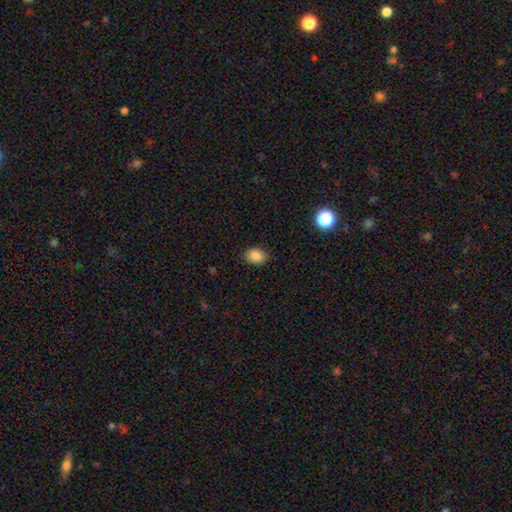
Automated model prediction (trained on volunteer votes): smooth 86%, star or artifact 10%, featured or disk 5%. Down the decision tree: how rounded — in between (71%); merging — none (86%).